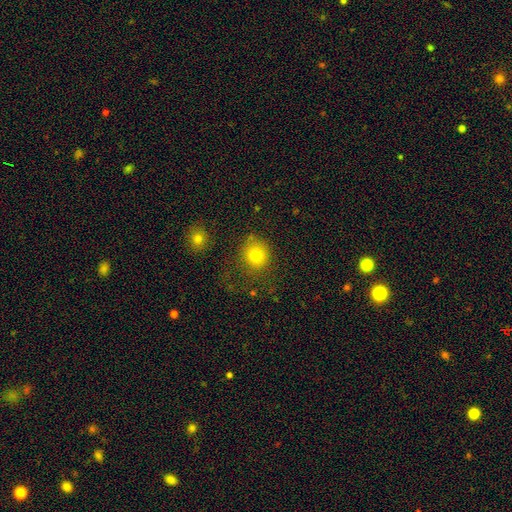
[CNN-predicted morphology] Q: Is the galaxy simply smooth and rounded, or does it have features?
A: smooth — 78%.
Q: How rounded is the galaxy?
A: round — 87%.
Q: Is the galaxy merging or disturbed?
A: none — 72%.